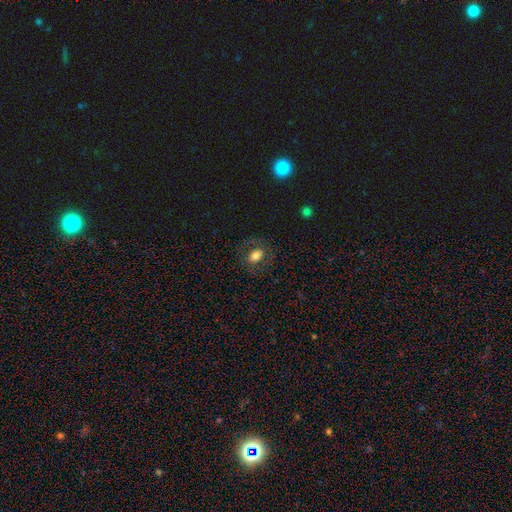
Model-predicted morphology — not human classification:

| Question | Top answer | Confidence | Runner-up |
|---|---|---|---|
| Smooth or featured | smooth | 68% | featured or disk (22%) |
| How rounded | in between | 72% | round (27%) |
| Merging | none | 78% | minor disturbance (12%) |